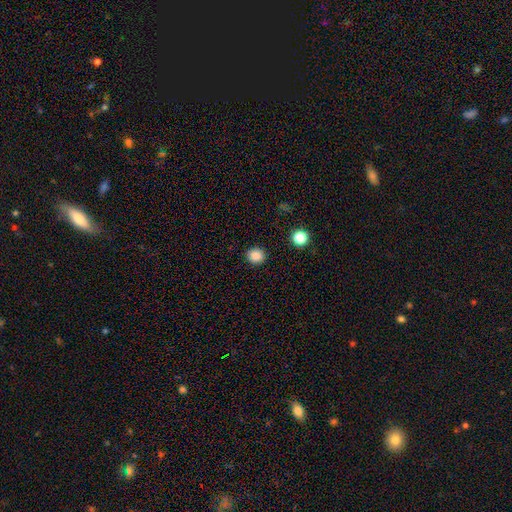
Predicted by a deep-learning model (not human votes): Smooth or featured: smooth — 86% (star or artifact — 11%)
How rounded: round — 86% (in between — 13%)
Merging: none — 91% (minor disturbance — 6%)